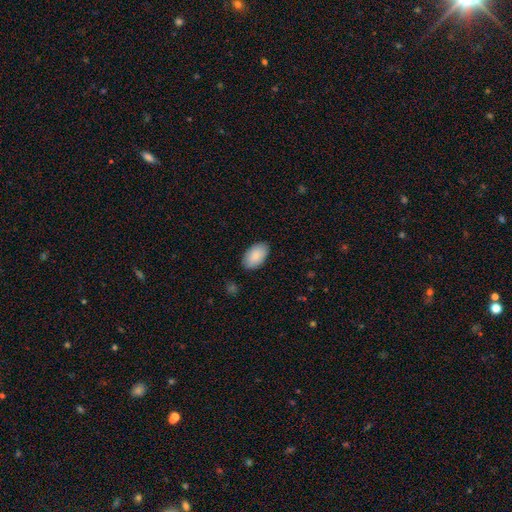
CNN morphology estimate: The model was most divided on "merging": none: 87%, minor disturbance: 10%, major disturbance: 2%, merger: 1%. More confident: how rounded — in between (95%); smooth or featured — smooth (89%).